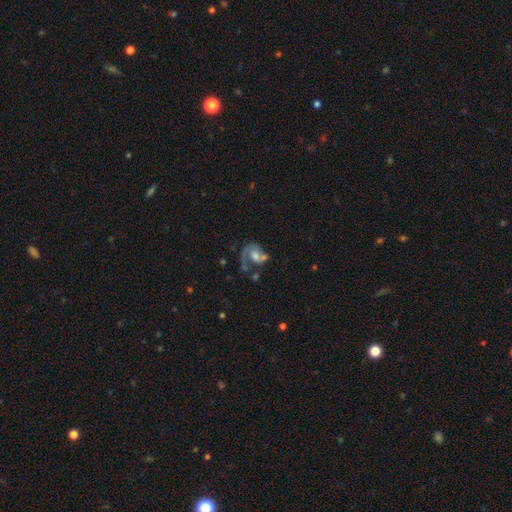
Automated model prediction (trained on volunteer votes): The model was most divided on "merging": none: 31%, major disturbance: 30%, merger: 23%, minor disturbance: 16%. Remaining: edge-on disk — no (97%); spiral arms — yes (80%); smooth or featured — featured or disk (65%); bar — no (63%); spiral arm count — 1 (60%); bulge size — moderate (53%); spiral winding — medium (41%).